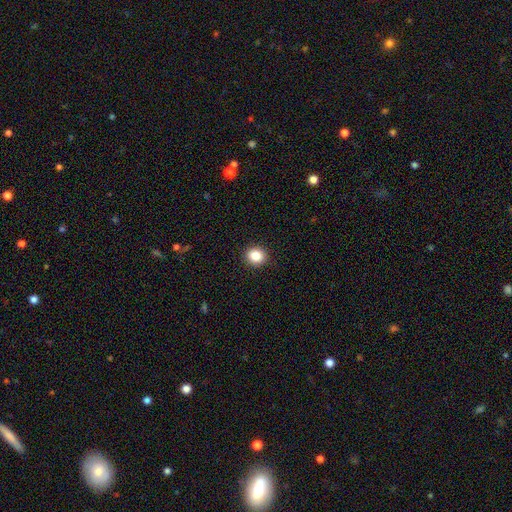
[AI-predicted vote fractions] smooth-or-featured: smooth: 85% | star or artifact: 10% | featured or disk: 5%
  how-rounded: round: 82% | in between: 17% | cigar-shaped: 1%
  merging: none: 92% | minor disturbance: 5% | major disturbance: 2% | merger: 1%